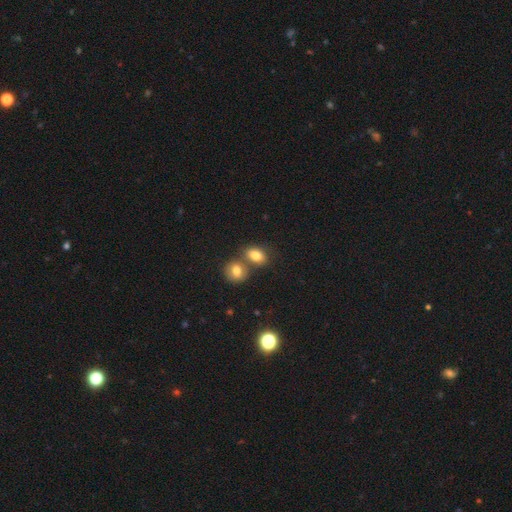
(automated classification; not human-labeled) Overall: smooth (79%). How rounded: in between (69%). Merging: none (47%; merger 40%).